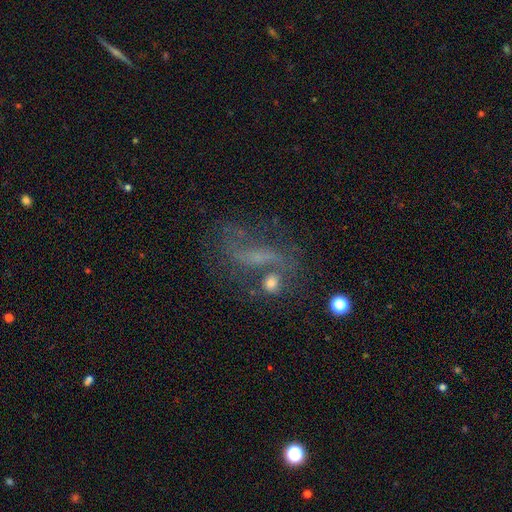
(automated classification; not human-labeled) featured or disk 61%, smooth 21%, star or artifact 18%. Down the decision tree: edge-on disk — no (92%); bar — weak (39%); spiral arms — yes (66%); bulge size — small (41%); merging — none (44%).